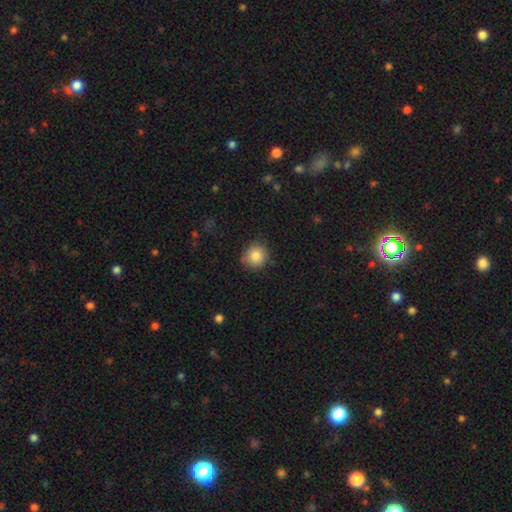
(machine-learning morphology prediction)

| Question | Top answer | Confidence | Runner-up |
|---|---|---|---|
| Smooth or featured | smooth | 84% | star or artifact (9%) |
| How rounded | round | 89% | in between (10%) |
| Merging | none | 83% | minor disturbance (12%) |